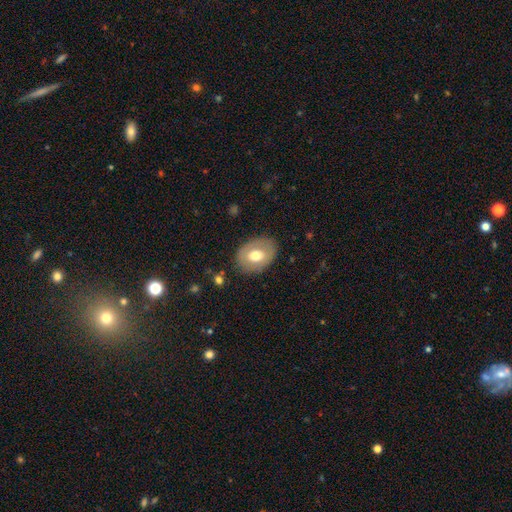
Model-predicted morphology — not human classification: Smooth or featured? Predicted: smooth (p=0.61). How rounded? Predicted: in between (p=0.70). Merging? Predicted: none (p=0.81).